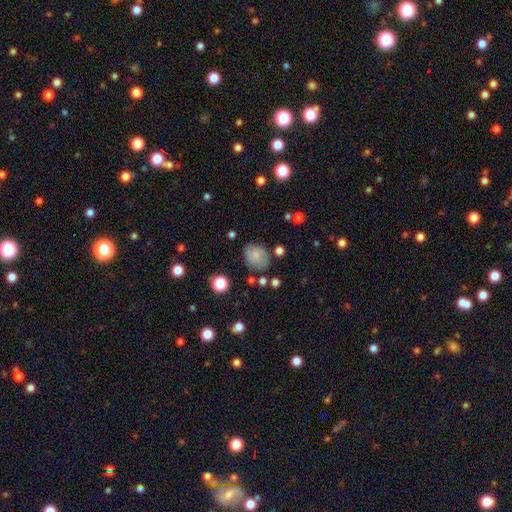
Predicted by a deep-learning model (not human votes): Smooth or featured? Predicted: smooth (p=0.73). How rounded? Predicted: in between (p=0.51). Merging? Predicted: none (p=0.71).